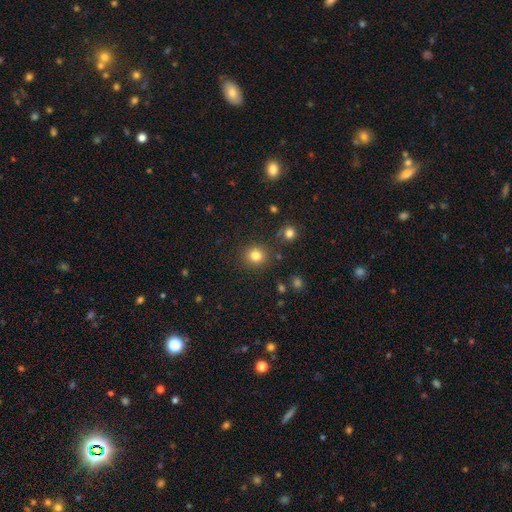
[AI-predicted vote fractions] Smooth or featured? Predicted: smooth (p=0.82). How rounded? Predicted: round (p=0.87). Merging? Predicted: none (p=0.87).